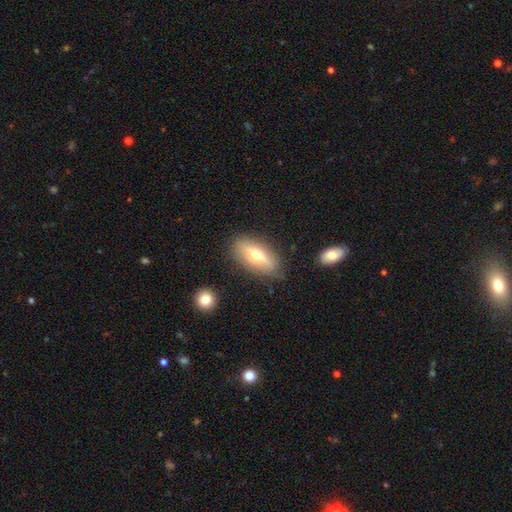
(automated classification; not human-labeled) Q: Smooth or featured?
A: smooth (51%); runner-up: featured or disk (42%)
Q: How rounded?
A: in between (76%); runner-up: cigar-shaped (20%)
Q: Merging?
A: none (80%); runner-up: minor disturbance (14%)